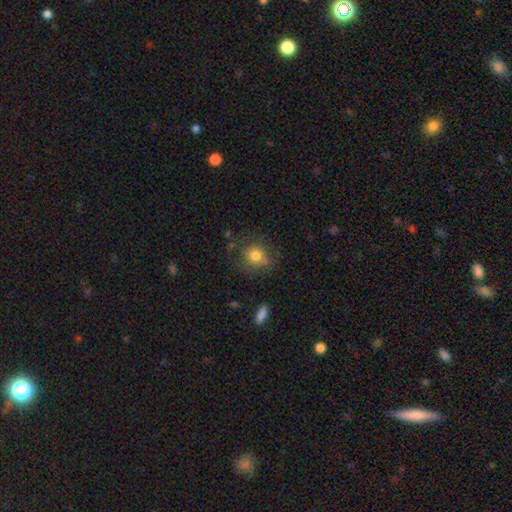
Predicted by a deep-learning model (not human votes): Overall: smooth (77%). How rounded: round (82%). Merging: none (70%).